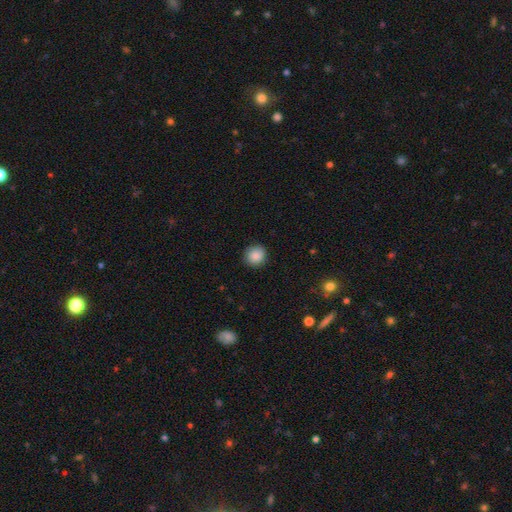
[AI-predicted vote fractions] smooth_or_featured: smooth (p=0.88) [alt: star or artifact p=0.09]
how_rounded: round (p=0.91) [alt: in between p=0.08]
merging: none (p=0.90) [alt: minor disturbance p=0.07]